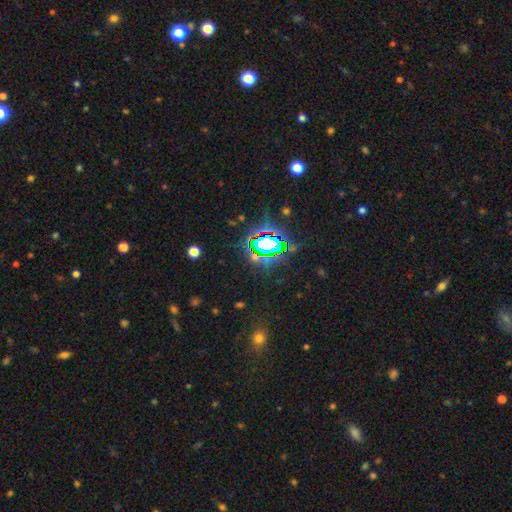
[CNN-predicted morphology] smooth_or_featured: star or artifact (p=0.75) [alt: smooth p=0.15]